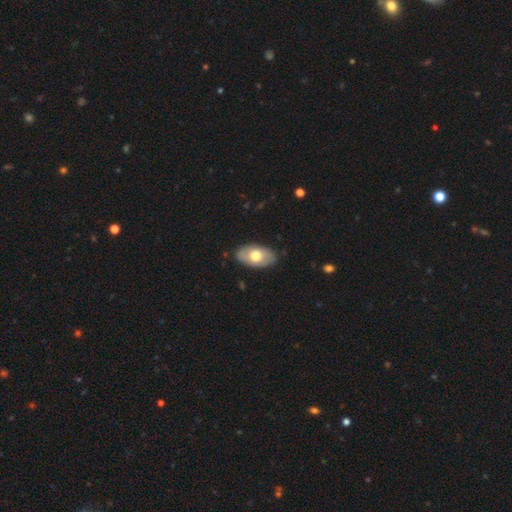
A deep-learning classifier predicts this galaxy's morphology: Overall: smooth (64%; featured or disk 31%). How rounded: in between (94%). Merging: none (84%).